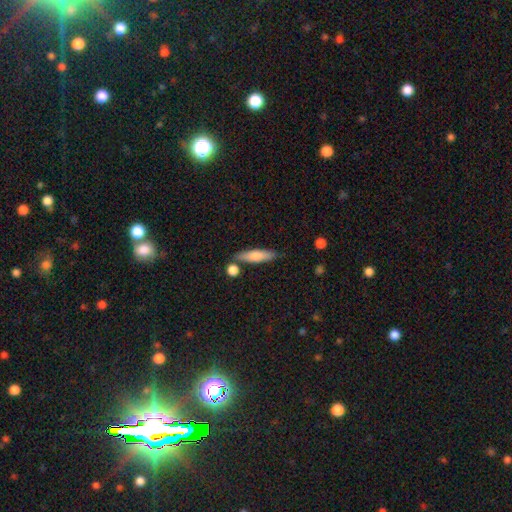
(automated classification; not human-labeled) Smooth or featured? smooth (70%)
How rounded? cigar-shaped (71%)
Merging? none (77%)